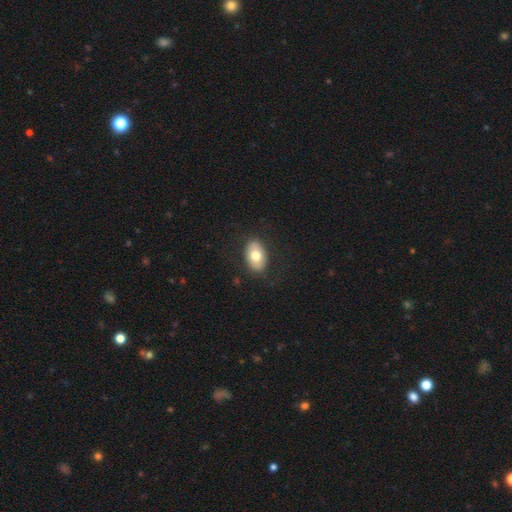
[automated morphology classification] A smooth galaxy with no disk features (72%) that is in between round and cigar-shaped (89%). Merging: none (85%).